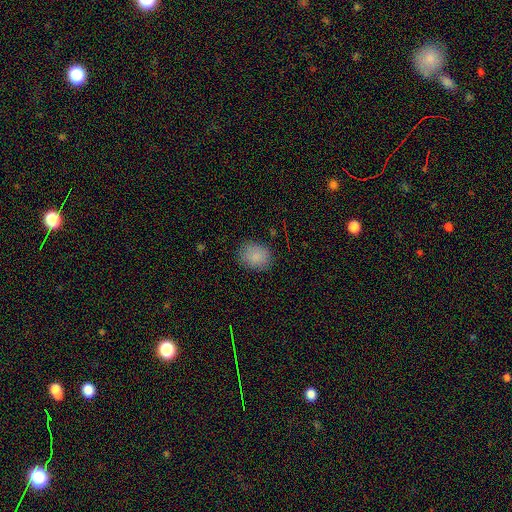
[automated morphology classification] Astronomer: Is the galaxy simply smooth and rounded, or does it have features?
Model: smooth — 87%.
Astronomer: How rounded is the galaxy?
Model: in between — 52% (runner-up: round, 47%).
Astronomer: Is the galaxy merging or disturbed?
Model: none — 84%.